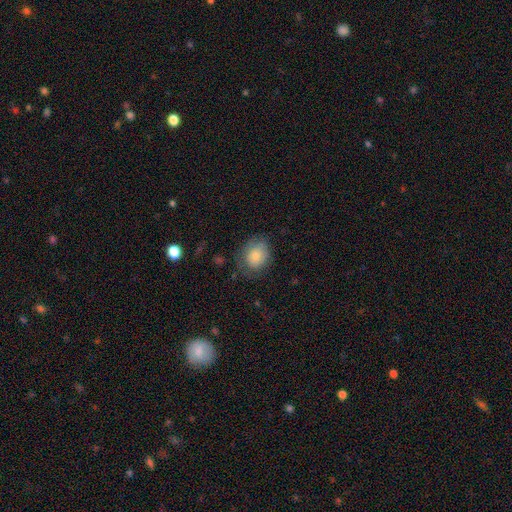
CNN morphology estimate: A smooth galaxy with no disk features (78%) that is round (52%).

Vote fractions:
- Smooth or featured? smooth: 78% / featured or disk: 14% / star or artifact: 8%
- How rounded? round: 52% / in between: 48% / cigar-shaped: 1%
- Merging? none: 63% / minor disturbance: 25% / major disturbance: 10% / merger: 1%